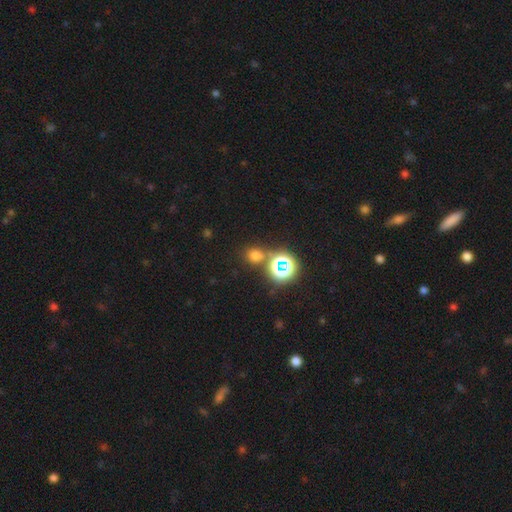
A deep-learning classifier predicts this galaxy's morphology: smooth 61%, star or artifact 33%, featured or disk 6%. Down the decision tree: how rounded — round (79%); merging — none (74%).